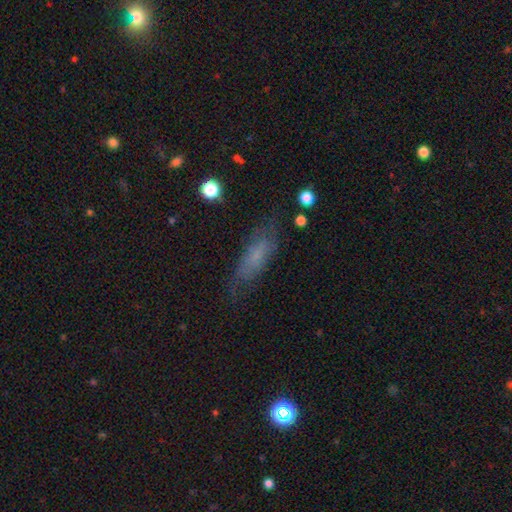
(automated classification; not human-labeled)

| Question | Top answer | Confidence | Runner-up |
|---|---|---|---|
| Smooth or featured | smooth | 54% | featured or disk (34%) |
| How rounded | in between | 54% | cigar-shaped (43%) |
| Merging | none | 66% | minor disturbance (22%) |